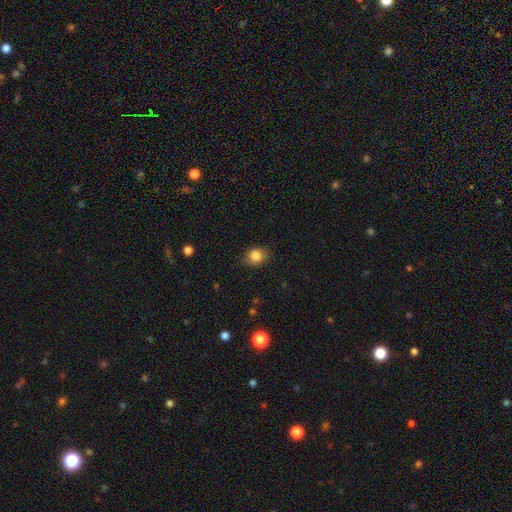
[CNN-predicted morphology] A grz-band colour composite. It shows a smooth galaxy with no disk features (84%) that is round (51%). Merging: none (79%).